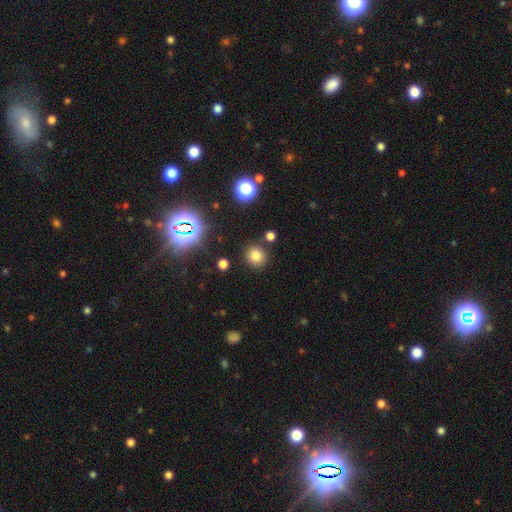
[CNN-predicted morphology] smooth_or_featured: smooth (p=0.77) [alt: star or artifact p=0.17]
how_rounded: round (p=0.88) [alt: in between p=0.11]
merging: none (p=0.85) [alt: minor disturbance p=0.08]